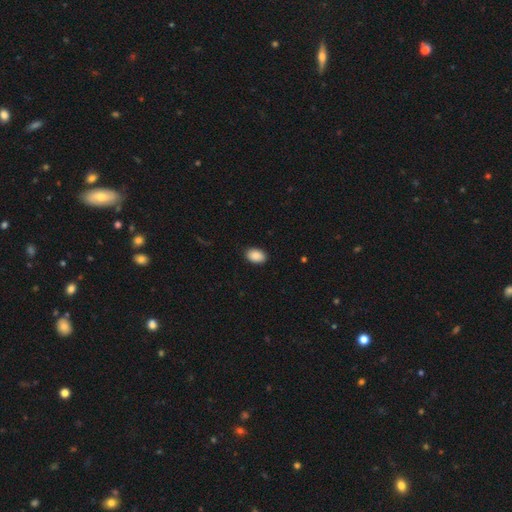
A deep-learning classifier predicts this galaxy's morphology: This is clearly a smooth galaxy (90%). How rounded: clearly in between (88%). Merging: clearly none (89%).